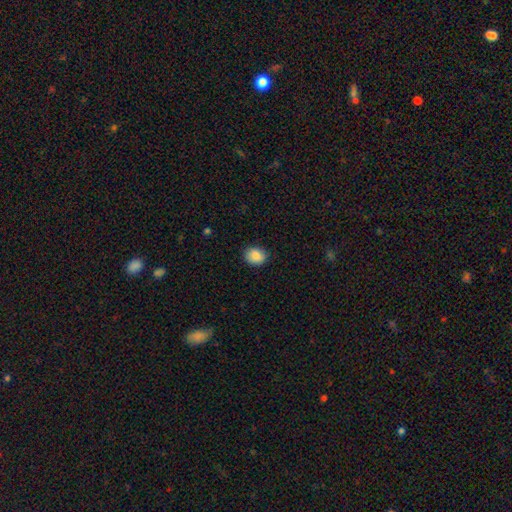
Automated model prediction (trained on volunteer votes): smooth_or_featured: smooth (p=0.87) [alt: star or artifact p=0.08]
how_rounded: round (p=0.55) [alt: in between p=0.44]
merging: none (p=0.83) [alt: minor disturbance p=0.14]